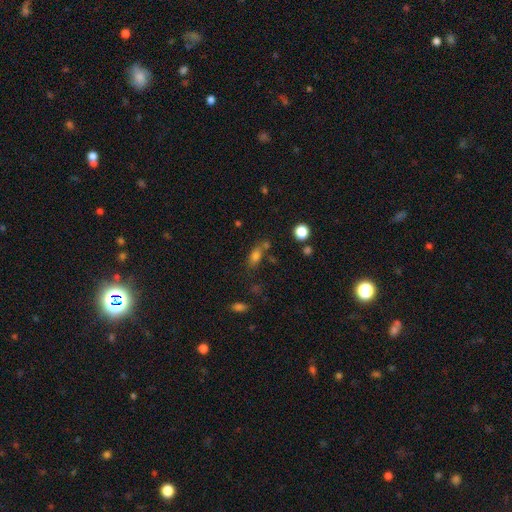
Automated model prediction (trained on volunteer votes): The model was most divided on "merging": none: 51%, merger: 22%, minor disturbance: 18%, major disturbance: 9%. More confident: smooth or featured — smooth (74%); how rounded — in between (73%).